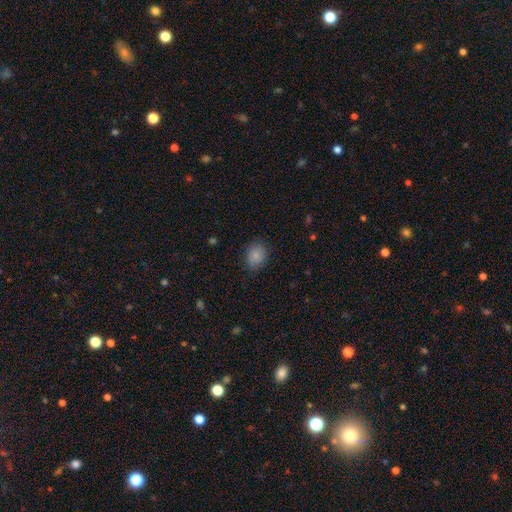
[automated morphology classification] smooth 85%, star or artifact 8%, featured or disk 6%. Down the decision tree: how rounded — in between (51%); merging — none (81%).